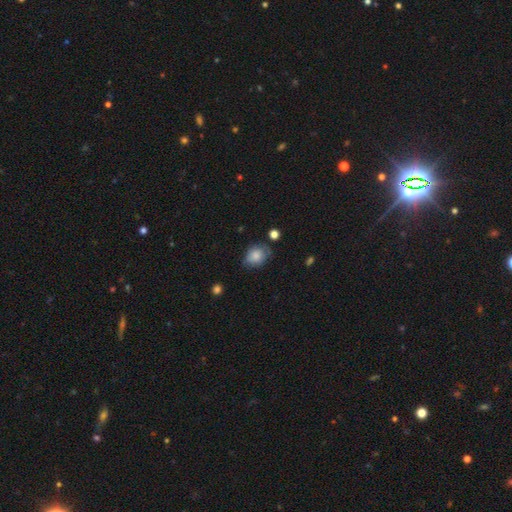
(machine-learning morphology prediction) Smooth or featured: smooth — 80% (featured or disk — 11%)
How rounded: in between — 52% (round — 47%)
Merging: none — 64% (minor disturbance — 26%)